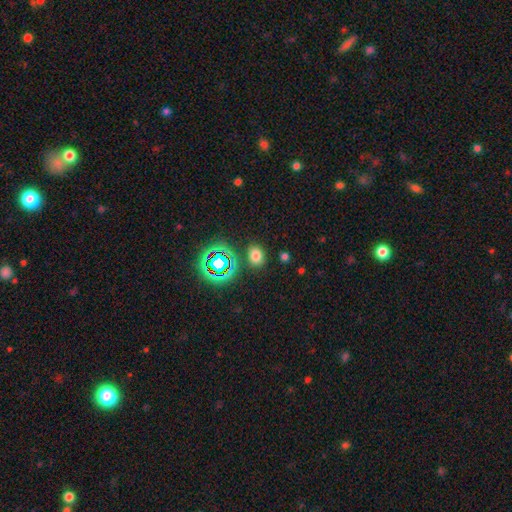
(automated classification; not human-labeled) Smooth or featured? Predicted: smooth (p=0.70). How rounded? Predicted: in between (p=0.51). Merging? Predicted: none (p=0.83).